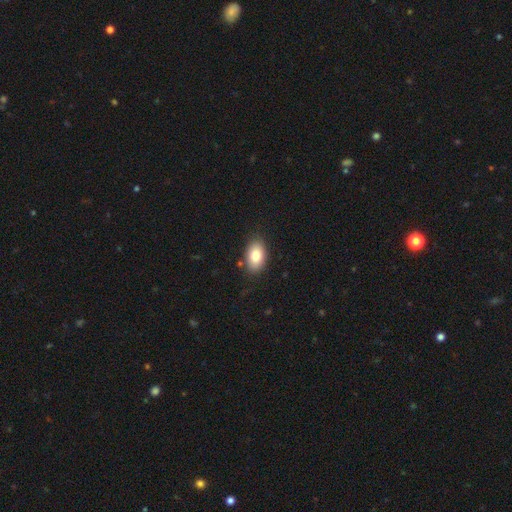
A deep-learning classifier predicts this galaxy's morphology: A smooth galaxy with no disk features (83%) that is in between round and cigar-shaped (91%). Merging: none (85%).